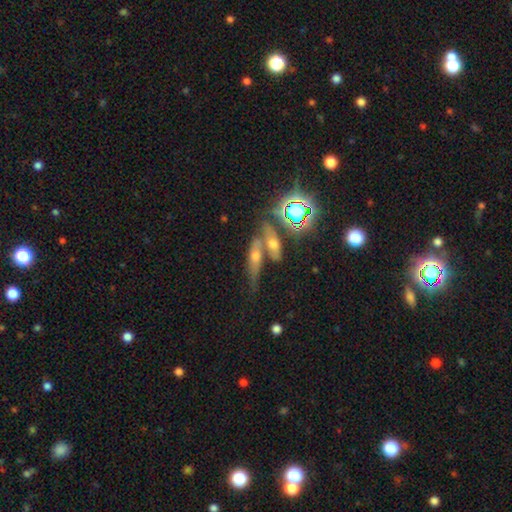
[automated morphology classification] Smooth or featured?
  - smooth: 43% *
  - featured or disk: 34%
  - star or artifact: 23%
Merging?
  - merger: 44% *
  - none: 38%
  - minor disturbance: 11%
  - major disturbance: 6%